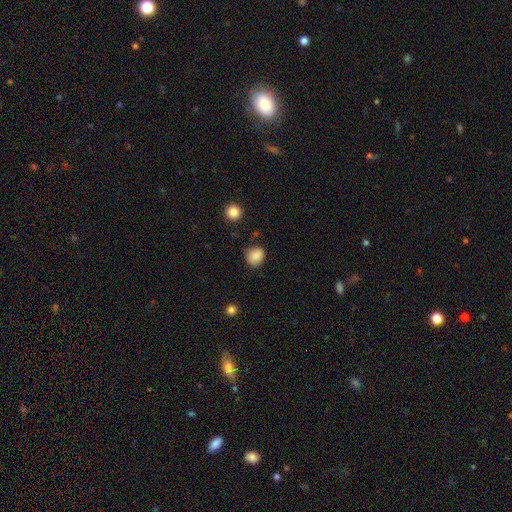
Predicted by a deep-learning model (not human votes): Overall: smooth (86%). How rounded: round (77%). Merging: none (78%).